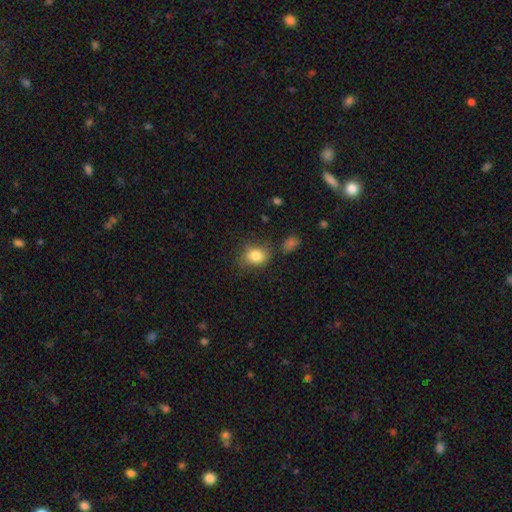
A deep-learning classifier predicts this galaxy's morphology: This appears to be a smooth galaxy with no disk features (82%) that is in between round and cigar-shaped (53%). Merging: none (67%).